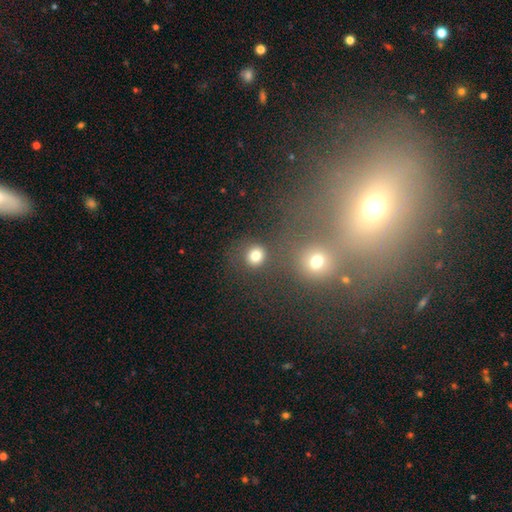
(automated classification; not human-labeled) Smooth or featured: smooth — 78% (star or artifact — 15%)
How rounded: round — 87% (in between — 12%)
Merging: none — 78% (merger — 9%)